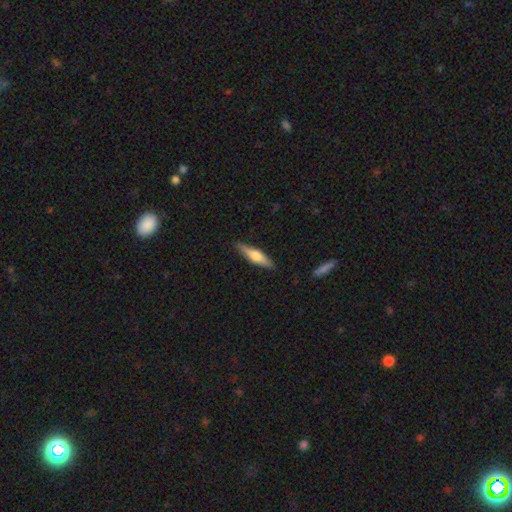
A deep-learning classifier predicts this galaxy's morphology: type=featured or disk (49%); merging=none (87%).